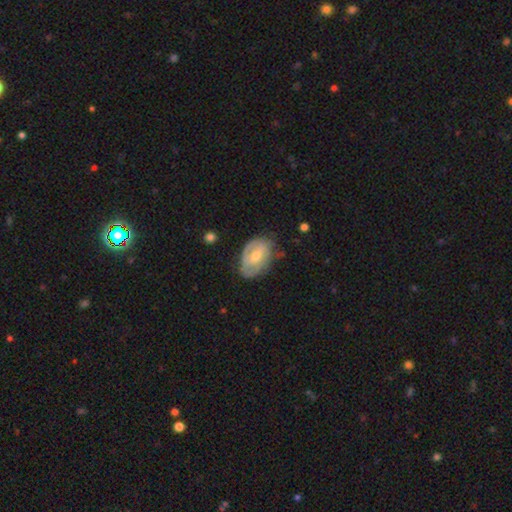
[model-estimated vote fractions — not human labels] Morphology: type=featured or disk (62%); edge-on=no (95%); bar=no (55%); spiral arms=yes (72%); bulge=moderate (58%); merging=none (64%).